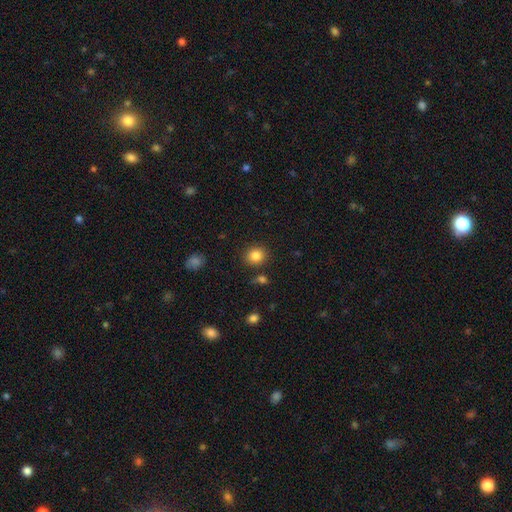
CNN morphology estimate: This appears to be a smooth galaxy with no disk features (84%) that is round (78%). Merging: none (85%).